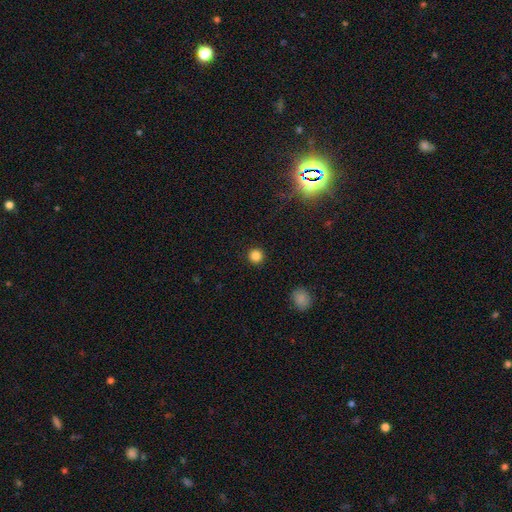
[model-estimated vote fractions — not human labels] Smooth or featured? smooth (83%)
How rounded? round (95%)
Merging? none (92%)